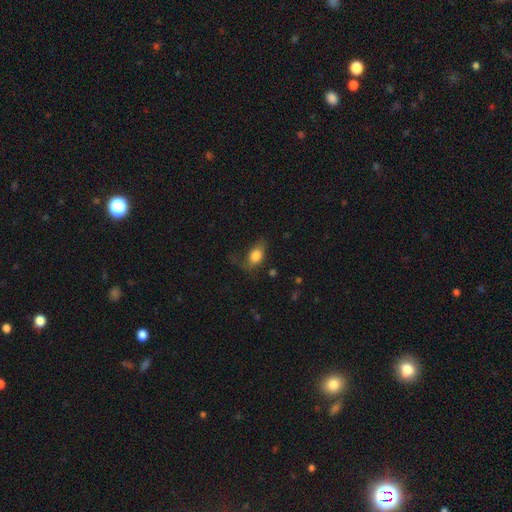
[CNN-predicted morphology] smooth 80%, featured or disk 12%, star or artifact 8%. Down the decision tree: how rounded — in between (83%); merging — none (43%).